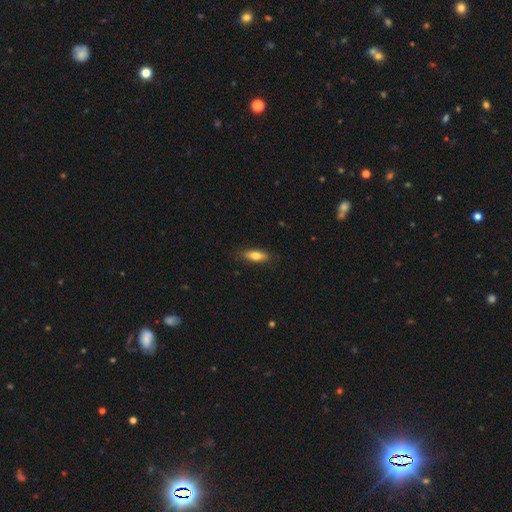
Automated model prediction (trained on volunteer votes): smooth_or_featured: smooth (p=0.76) [alt: featured or disk p=0.17]
how_rounded: in between (p=0.66) [alt: cigar-shaped p=0.31]
merging: none (p=0.85) [alt: minor disturbance p=0.12]